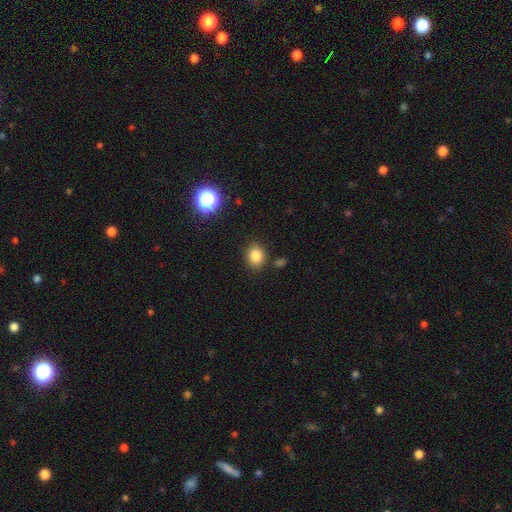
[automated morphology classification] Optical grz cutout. It shows a smooth galaxy with no disk features (82%) that is round (56%). Merging: none (85%).